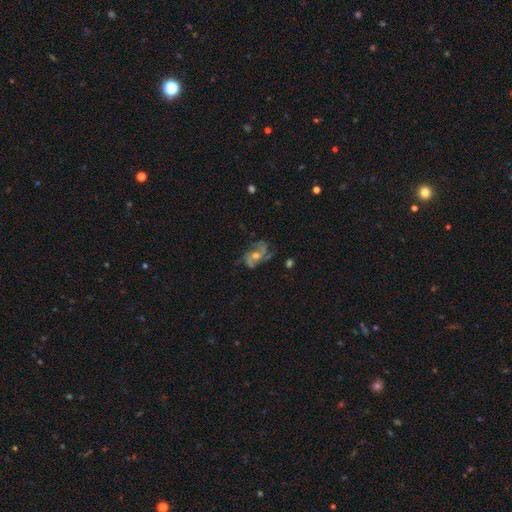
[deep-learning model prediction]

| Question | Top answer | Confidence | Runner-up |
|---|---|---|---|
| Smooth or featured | featured or disk | 78% | star or artifact (12%) |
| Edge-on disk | no | 96% | yes (4%) |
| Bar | no | 60% | weak (31%) |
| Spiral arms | yes | 94% | no (6%) |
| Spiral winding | medium | 50% | loose (29%) |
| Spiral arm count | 3 | 35% | 2 (31%) |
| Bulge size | moderate | 59% | small (33%) |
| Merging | none | 67% | minor disturbance (18%) |